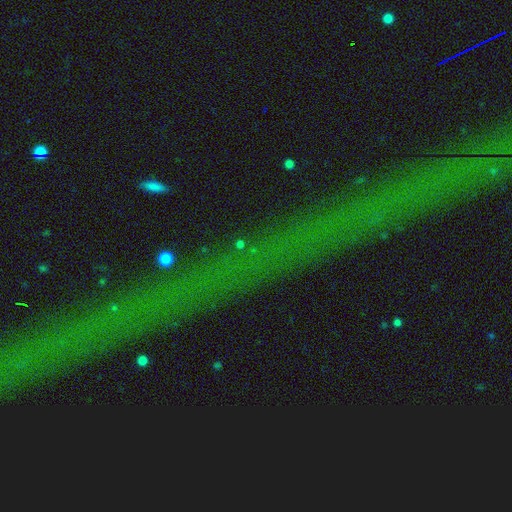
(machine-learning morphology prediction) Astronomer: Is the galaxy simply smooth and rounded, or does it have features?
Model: star or artifact — 77%.